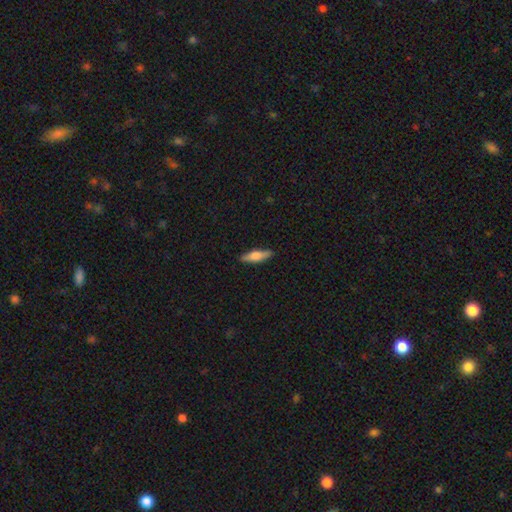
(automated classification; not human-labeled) The model was most divided on "smooth or featured": smooth: 61%, featured or disk: 33%, star or artifact: 6%. More confident: merging — none (89%); how rounded — cigar-shaped (67%).